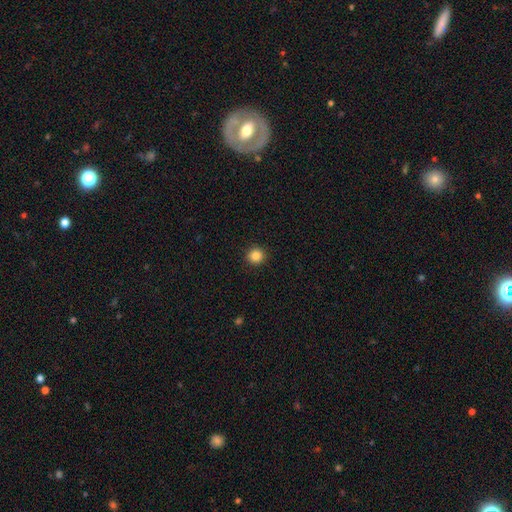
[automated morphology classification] Overall: smooth (85%). How rounded: round (94%). Merging: none (93%).